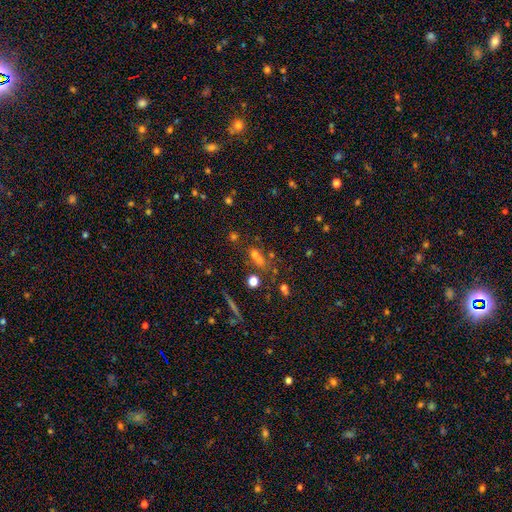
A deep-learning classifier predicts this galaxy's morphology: Smooth or featured: smooth — 42% (star or artifact — 41%)
Merging: none — 53% (merger — 24%)